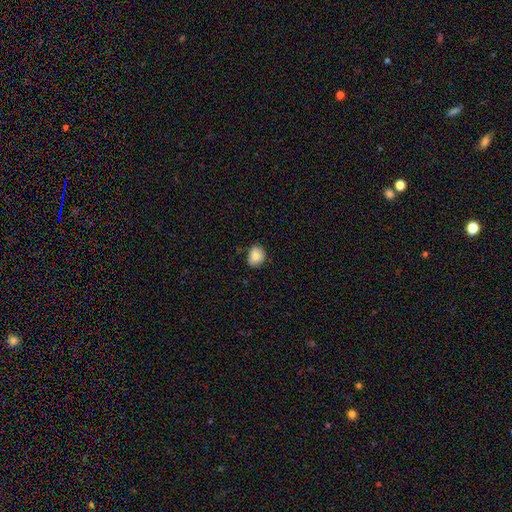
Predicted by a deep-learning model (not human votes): Smooth or featured? smooth (84%)
How rounded? round (53%)
Merging? none (73%)